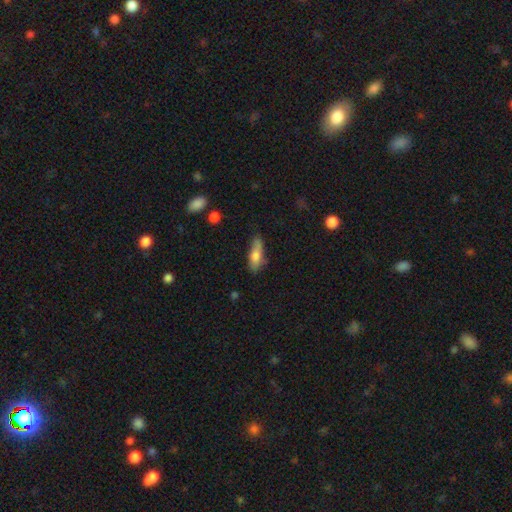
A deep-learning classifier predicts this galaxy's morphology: type=smooth (70%); roundness=in between (62%); merging=none (60%).